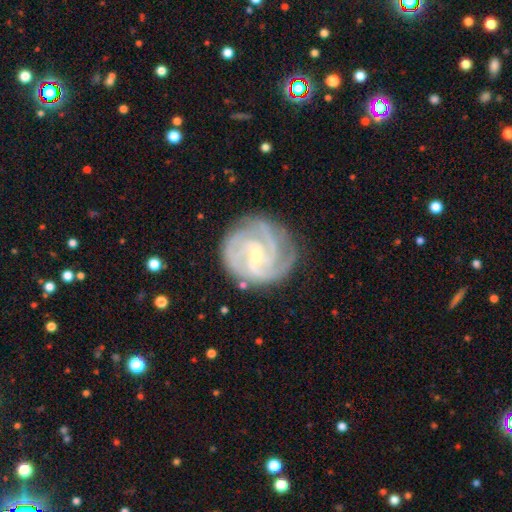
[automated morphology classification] A featured or disk galaxy (90%) with a weak bar (53%), 3 (41%) tight (63%) spiral arms (98%) and a small central bulge (66%).

Vote fractions:
- Smooth or featured? featured or disk: 90% / smooth: 6% / star or artifact: 5%
- Edge-on disk? no: 98% / yes: 2%
- Bar? weak: 53% / no: 30% / strong: 17%
- Spiral arms? yes: 98% / no: 2%
- Spiral winding? tight: 63% / medium: 32% / loose: 5%
- Spiral arm count? 3: 41% / 4: 19% / 2: 16% / can't tell: 15% / more than 4: 5% / 1: 5%
- Bulge size? small: 66% / moderate: 30% / none: 2% / large: 1% / dominant: 1%
- Merging? none: 76% / minor disturbance: 16% / major disturbance: 6% / merger: 2%